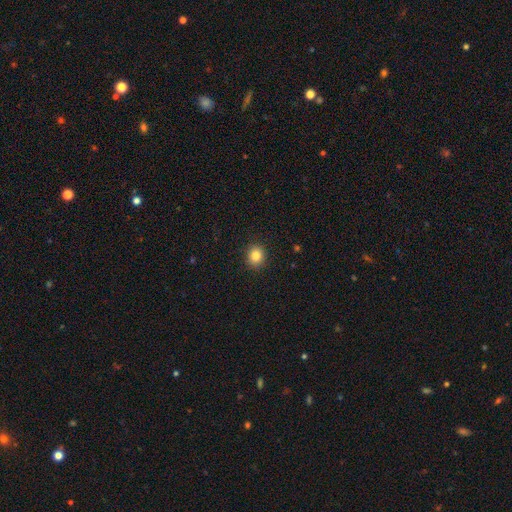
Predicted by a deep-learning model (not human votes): smooth-or-featured: smooth: 84% | star or artifact: 10% | featured or disk: 5%
  how-rounded: round: 77% | in between: 22% | cigar-shaped: 1%
  merging: none: 91% | minor disturbance: 6% | major disturbance: 2% | merger: 1%